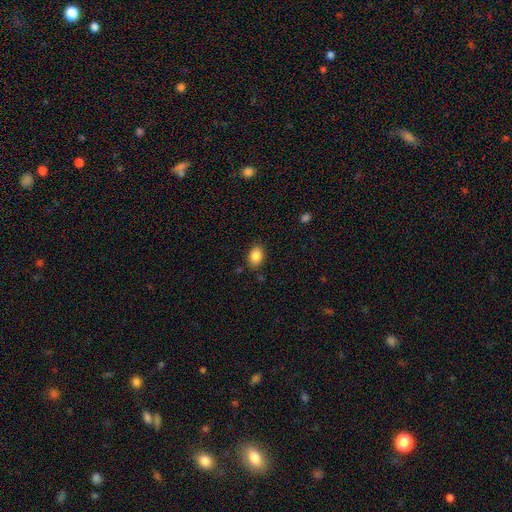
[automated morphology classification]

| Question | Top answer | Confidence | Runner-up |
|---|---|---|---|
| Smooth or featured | smooth | 86% | star or artifact (8%) |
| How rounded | in between | 75% | round (24%) |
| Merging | none | 83% | minor disturbance (12%) |